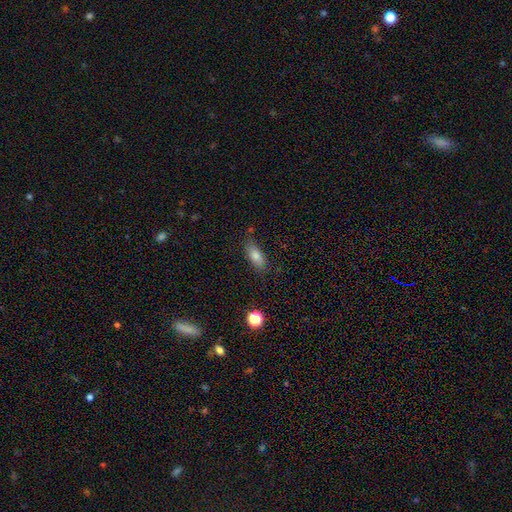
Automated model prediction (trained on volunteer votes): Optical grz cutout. It shows a smooth galaxy with no disk features (77%) that is in between round and cigar-shaped (73%). Merging: none (80%).